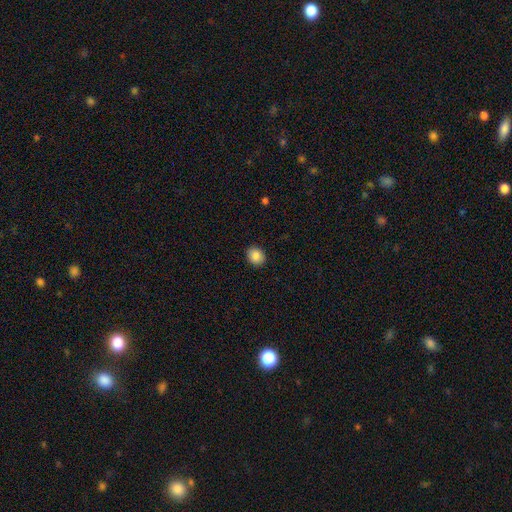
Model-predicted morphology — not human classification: Smooth or featured: smooth — 86% (star or artifact — 9%)
How rounded: round — 66% (in between — 33%)
Merging: none — 91% (minor disturbance — 6%)